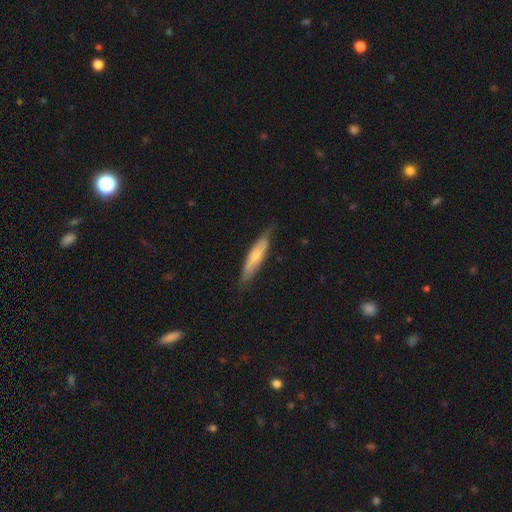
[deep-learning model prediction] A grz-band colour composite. It shows a smooth galaxy with no disk features (59%) that is cigar-shaped (77%). Merging: none (76%).